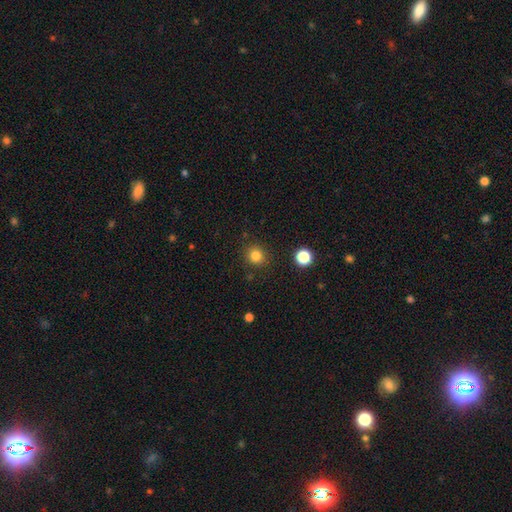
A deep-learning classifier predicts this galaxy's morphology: Smooth or featured?
  - smooth: 82% *
  - star or artifact: 13%
  - featured or disk: 5%
How rounded?
  - round: 91% *
  - in between: 8%
  - cigar-shaped: 1%
Merging?
  - none: 89% *
  - minor disturbance: 7%
  - major disturbance: 2%
  - merger: 2%